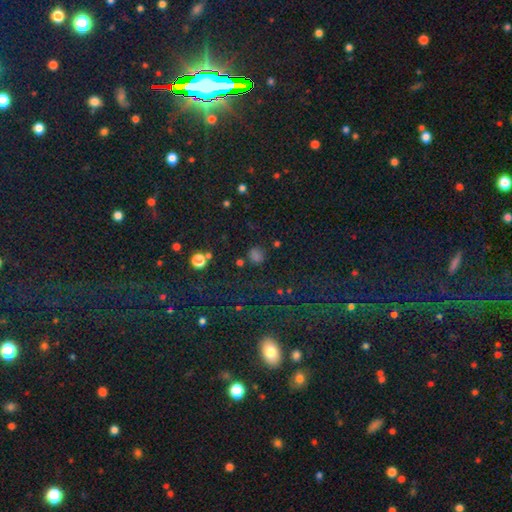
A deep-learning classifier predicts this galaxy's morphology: A smooth galaxy with no disk features (55%) that is round (73%).

Vote fractions:
- Smooth or featured? smooth: 55% / star or artifact: 38% / featured or disk: 8%
- How rounded? round: 73% / in between: 25% / cigar-shaped: 2%
- Merging? none: 76% / minor disturbance: 13% / major disturbance: 6% / merger: 4%